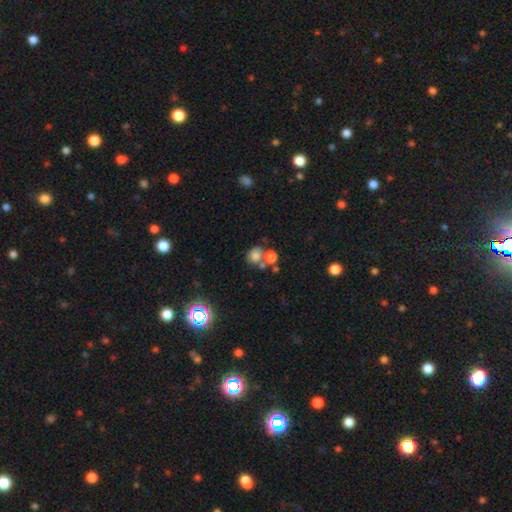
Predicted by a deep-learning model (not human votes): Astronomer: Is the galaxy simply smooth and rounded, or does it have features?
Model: smooth — 73%.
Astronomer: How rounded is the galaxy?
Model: round — 71%.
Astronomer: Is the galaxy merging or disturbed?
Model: none — 47% (runner-up: merger, 36%).